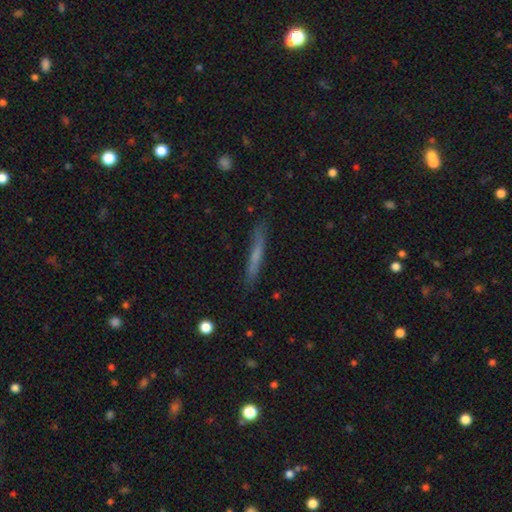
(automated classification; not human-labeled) Q: Smooth or featured?
A: smooth (55%); runner-up: featured or disk (38%)
Q: How rounded?
A: cigar-shaped (95%); runner-up: in between (3%)
Q: Merging?
A: none (86%); runner-up: minor disturbance (11%)